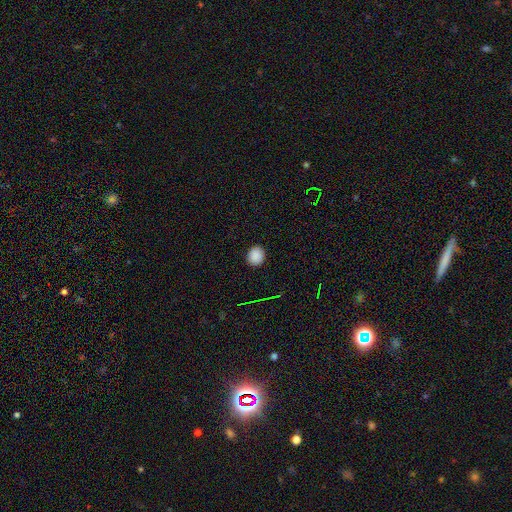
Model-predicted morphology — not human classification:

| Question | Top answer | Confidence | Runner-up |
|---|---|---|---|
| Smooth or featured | smooth | 87% | star or artifact (10%) |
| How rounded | round | 76% | in between (23%) |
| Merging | none | 91% | minor disturbance (6%) |